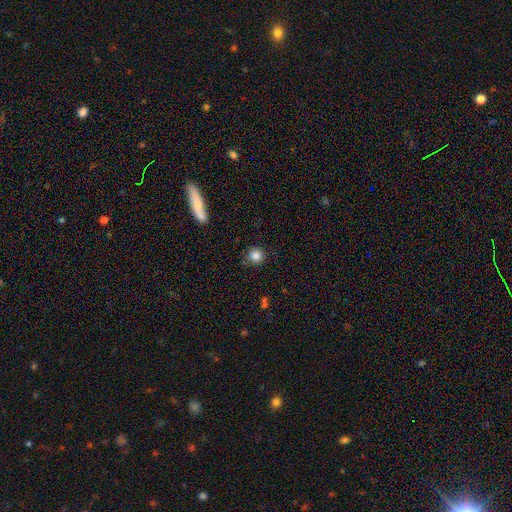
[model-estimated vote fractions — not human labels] A smooth galaxy with no disk features (85%) that is round (93%).

Vote fractions:
- Smooth or featured? smooth: 85% / star or artifact: 11% / featured or disk: 5%
- How rounded? round: 93% / in between: 6% / cigar-shaped: 1%
- Merging? none: 86% / minor disturbance: 9% / major disturbance: 3% / merger: 2%